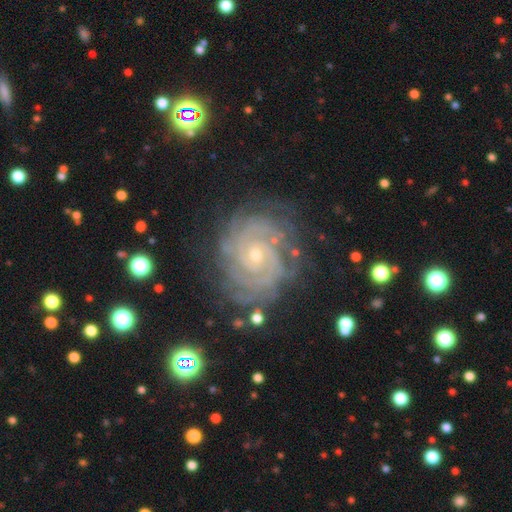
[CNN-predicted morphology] Smooth or featured?
  - featured or disk: 89% *
  - star or artifact: 7%
  - smooth: 5%
Edge-on disk?
  - no: 98% *
  - yes: 2%
Bar?
  - no: 73% *
  - weak: 20%
  - strong: 7%
Spiral arms?
  - yes: 98% *
  - no: 2%
Spiral winding?
  - tight: 81% *
  - medium: 16%
  - loose: 2%
Spiral arm count?
  - 2: 33% *
  - can't tell: 21%
  - 3: 19%
  - 4: 14%
  - more than 4: 8%
  - 1: 6%
Bulge size?
  - small: 73% *
  - moderate: 24%
  - none: 1%
  - large: 1%
  - dominant: 1%
Merging?
  - none: 76% *
  - minor disturbance: 16%
  - major disturbance: 6%
  - merger: 2%